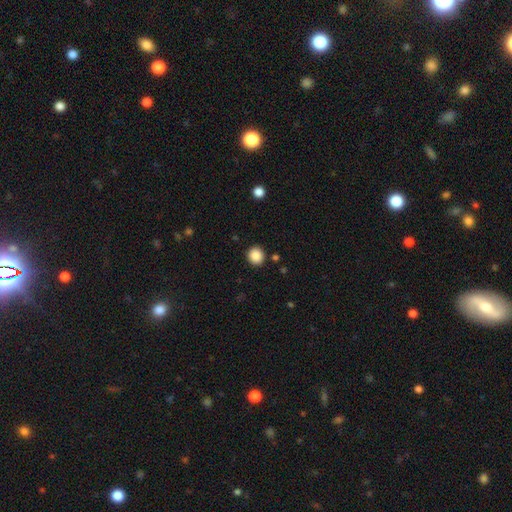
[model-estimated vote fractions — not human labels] smooth 88%, star or artifact 9%, featured or disk 3%. Down the decision tree: how rounded — round (89%); merging — none (91%).